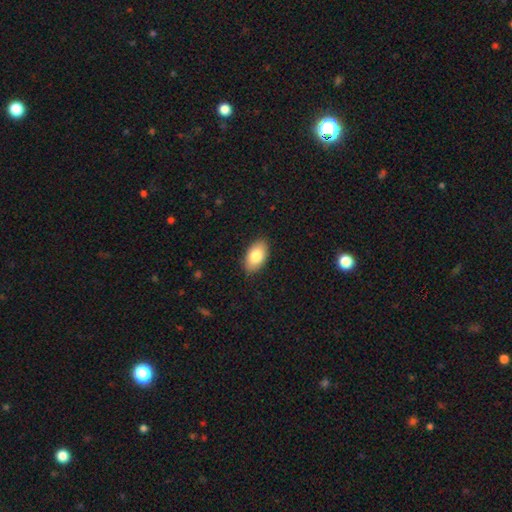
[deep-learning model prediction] Q: Smooth or featured?
A: smooth (82%); runner-up: featured or disk (11%)
Q: How rounded?
A: in between (94%); runner-up: round (5%)
Q: Merging?
A: none (88%); runner-up: minor disturbance (9%)